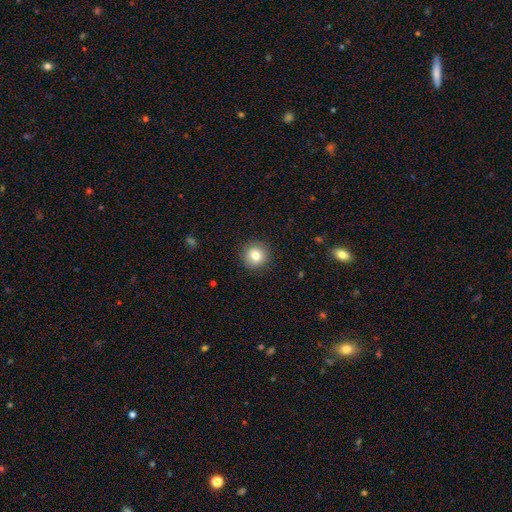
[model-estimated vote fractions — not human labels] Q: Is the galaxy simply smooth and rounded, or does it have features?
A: smooth — 81%.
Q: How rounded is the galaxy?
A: round — 92%.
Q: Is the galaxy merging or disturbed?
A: none — 91%.